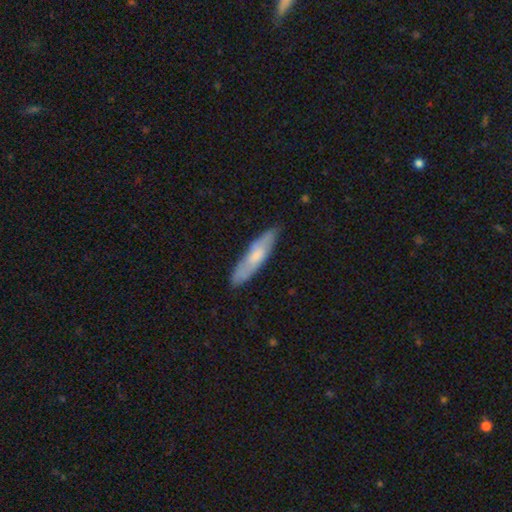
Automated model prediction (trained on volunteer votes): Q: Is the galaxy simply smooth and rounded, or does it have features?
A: smooth — 59%.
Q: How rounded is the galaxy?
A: cigar-shaped — 74%.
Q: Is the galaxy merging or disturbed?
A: none — 81%.